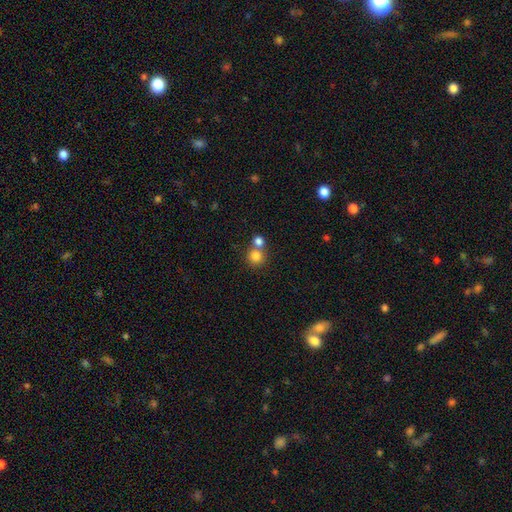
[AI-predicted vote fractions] Smooth or featured: smooth — 81% (star or artifact — 11%)
How rounded: round — 91% (in between — 8%)
Merging: none — 52% (merger — 39%)